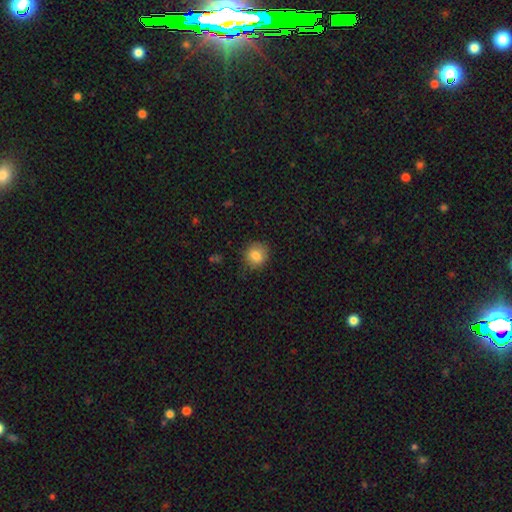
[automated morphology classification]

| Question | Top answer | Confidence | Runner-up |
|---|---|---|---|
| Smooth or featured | smooth | 83% | star or artifact (10%) |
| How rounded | round | 80% | in between (19%) |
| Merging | none | 80% | minor disturbance (15%) |